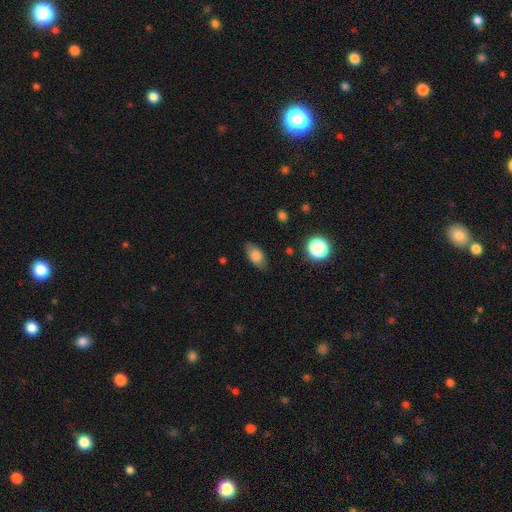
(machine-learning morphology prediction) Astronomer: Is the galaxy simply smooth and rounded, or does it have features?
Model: smooth — 77%.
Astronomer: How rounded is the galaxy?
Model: in between — 88%.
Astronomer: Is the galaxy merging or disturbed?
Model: none — 81%.